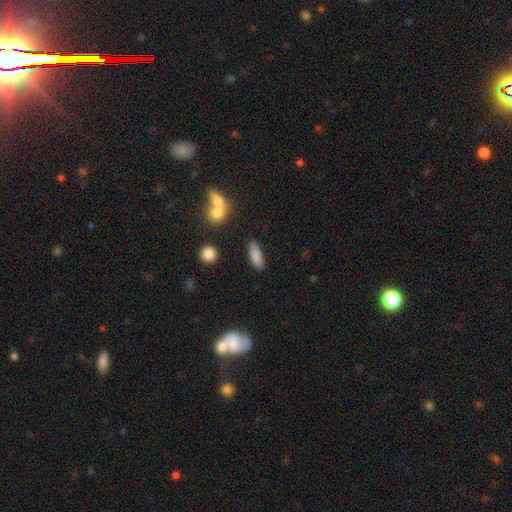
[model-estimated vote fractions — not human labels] The model was most divided on "how rounded": in between: 51%, cigar-shaped: 46%, round: 3%. More confident: smooth or featured — smooth (84%); merging — none (79%).